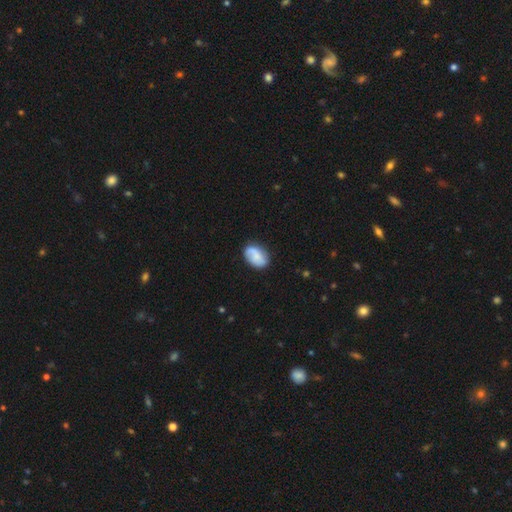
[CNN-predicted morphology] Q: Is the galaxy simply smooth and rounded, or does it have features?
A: smooth — 61%.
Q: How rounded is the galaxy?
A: in between — 85%.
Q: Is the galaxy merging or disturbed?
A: none — 76%.